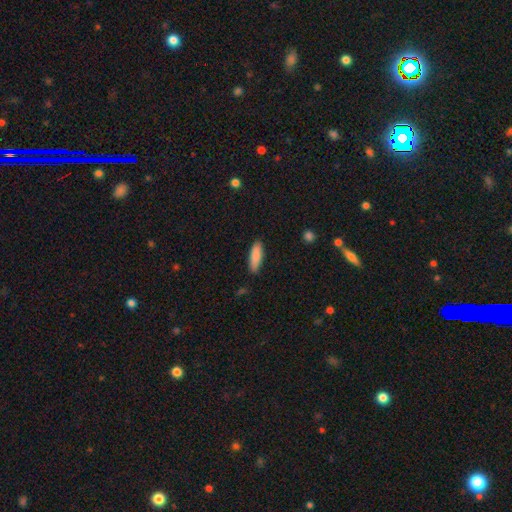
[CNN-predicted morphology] This appears to be a smooth galaxy with no disk features (87%) that is in between round and cigar-shaped (52%). Merging: none (85%).